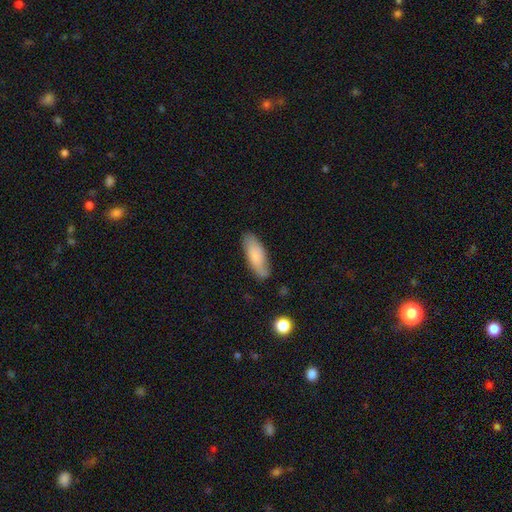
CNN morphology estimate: Smooth or featured: smooth — 71% (featured or disk — 22%)
How rounded: in between — 67% (cigar-shaped — 31%)
Merging: none — 78% (minor disturbance — 17%)